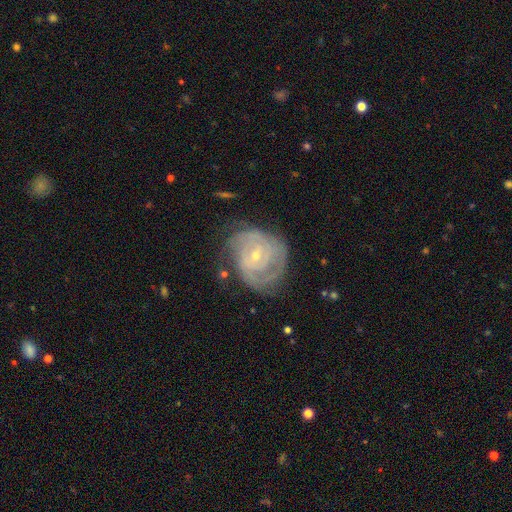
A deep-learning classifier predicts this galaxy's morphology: Smooth or featured?
  - featured or disk: 84% *
  - smooth: 10%
  - star or artifact: 6%
Edge-on disk?
  - no: 97% *
  - yes: 3%
Bar?
  - no: 55% *
  - weak: 36%
  - strong: 9%
Spiral arms?
  - yes: 93% *
  - no: 7%
Spiral winding?
  - tight: 71% *
  - medium: 23%
  - loose: 5%
Spiral arm count?
  - can't tell: 34% *
  - 2: 31%
  - 3: 19%
  - 4: 7%
  - 1: 5%
  - more than 4: 4%
Bulge size?
  - small: 70% *
  - moderate: 27%
  - none: 1%
  - large: 1%
  - dominant: 1%
Merging?
  - none: 63% *
  - minor disturbance: 23%
  - major disturbance: 12%
  - merger: 2%